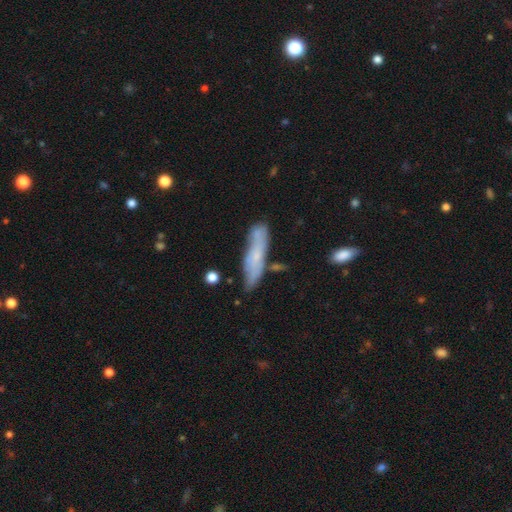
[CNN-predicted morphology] smooth-or-featured: smooth: 54% | featured or disk: 38% | star or artifact: 8%
  how-rounded: cigar-shaped: 75% | in between: 23% | round: 2%
  merging: none: 70% | minor disturbance: 20% | merger: 6% | major disturbance: 4%